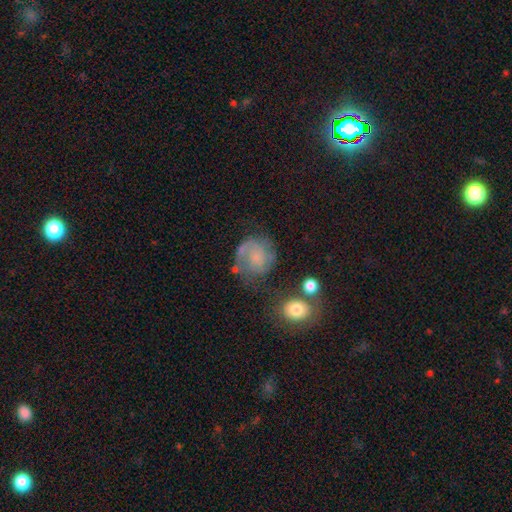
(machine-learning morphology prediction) Smooth or featured? Predicted: featured or disk (p=0.54). Edge-on disk? Predicted: no (p=0.98). Bar? Predicted: no (p=0.73). Spiral arms? Predicted: yes (p=0.82). Bulge size? Predicted: none (p=0.37). Merging? Predicted: none (p=0.52).